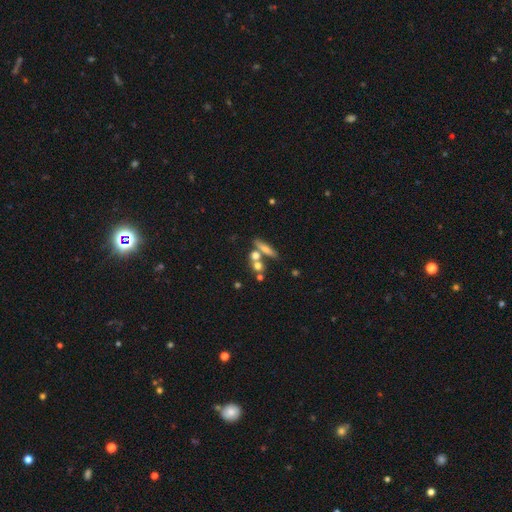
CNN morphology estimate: This is possibly a smooth galaxy (60%). How rounded: marginally cigar-shaped (37%). Merging: possibly none (53%).